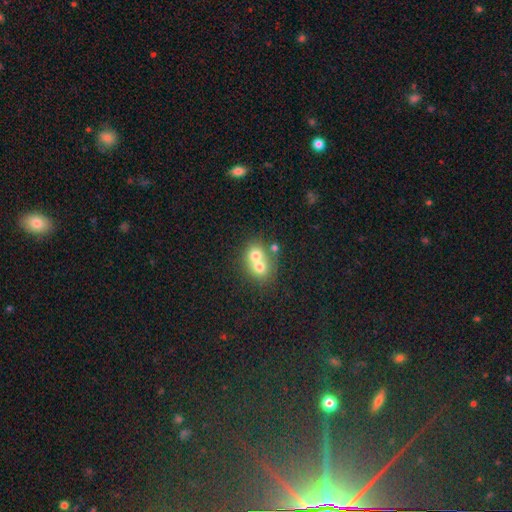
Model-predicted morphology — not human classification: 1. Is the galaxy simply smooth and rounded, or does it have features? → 66% smooth, 23% featured or disk, 11% star or artifact.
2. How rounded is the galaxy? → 70% round, 29% in between, 1% cigar-shaped.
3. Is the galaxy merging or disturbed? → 72% merger, 22% none, 4% minor disturbance, 2% major disturbance.